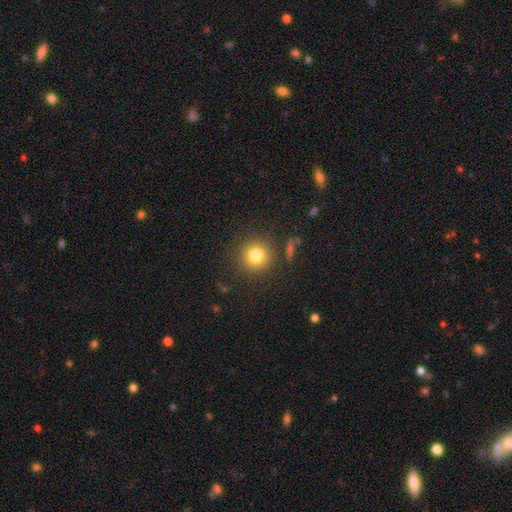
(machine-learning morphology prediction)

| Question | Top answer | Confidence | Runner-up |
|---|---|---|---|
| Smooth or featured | smooth | 79% | star or artifact (13%) |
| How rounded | round | 93% | in between (6%) |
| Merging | none | 87% | minor disturbance (8%) |